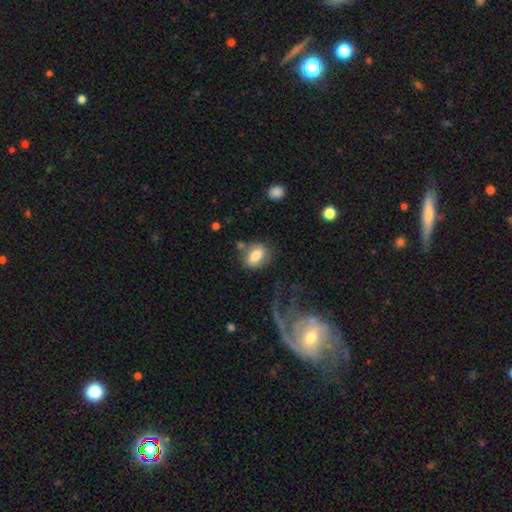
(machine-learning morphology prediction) Overall: smooth (74%). How rounded: in between (75%). Merging: none (62%).